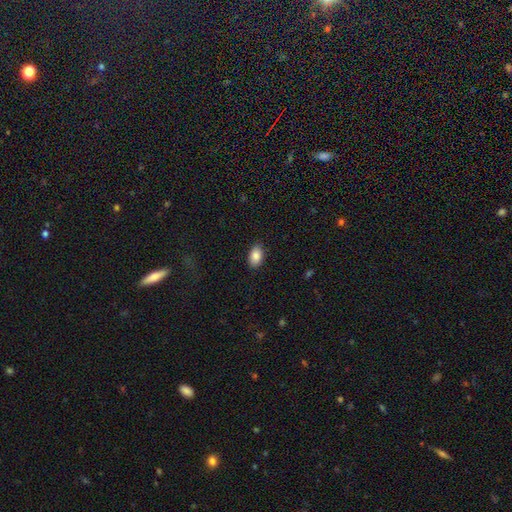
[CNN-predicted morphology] Smooth or featured: smooth — 87% (star or artifact — 8%)
How rounded: in between — 91% (round — 7%)
Merging: none — 87% (minor disturbance — 10%)